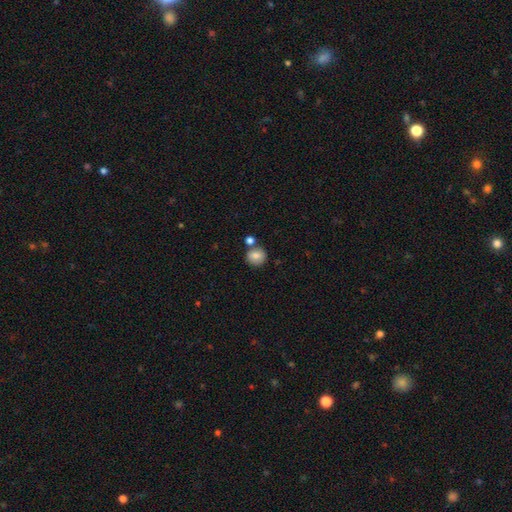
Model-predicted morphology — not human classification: Smooth or featured: smooth — 82% (featured or disk — 9%)
How rounded: round — 82% (in between — 17%)
Merging: none — 69% (merger — 17%)